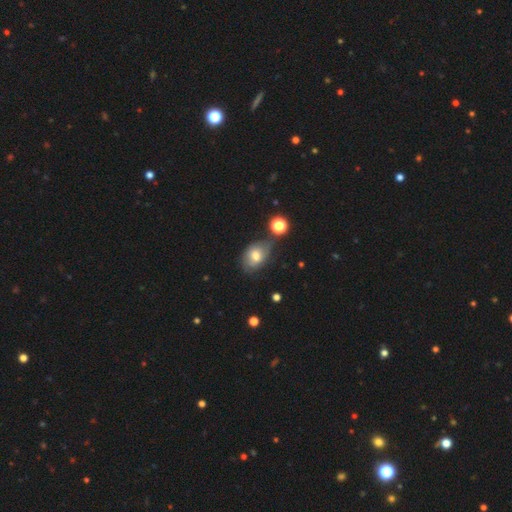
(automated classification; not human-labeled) Smooth or featured? smooth (64%)
How rounded? in between (78%)
Merging? none (50%)